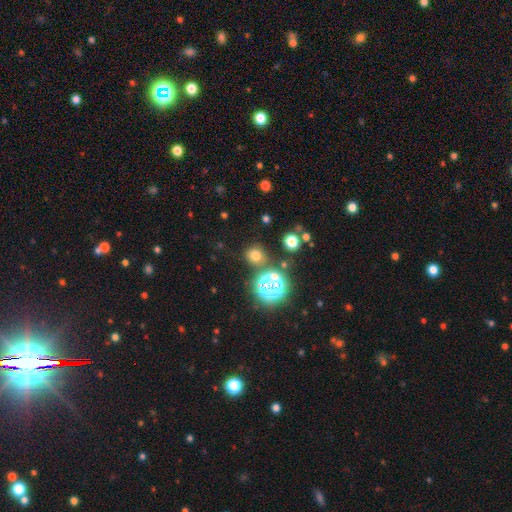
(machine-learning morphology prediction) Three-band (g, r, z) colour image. It shows a smooth galaxy with no disk features (62%) that is round (85%). Merging: none (80%).